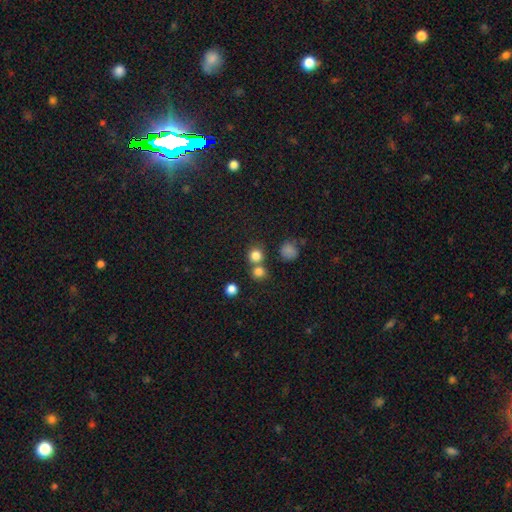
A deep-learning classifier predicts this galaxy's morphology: The model was most divided on "merging": none: 63%, merger: 27%, minor disturbance: 7%, major disturbance: 3%. More confident: how rounded — round (88%); smooth or featured — smooth (80%).